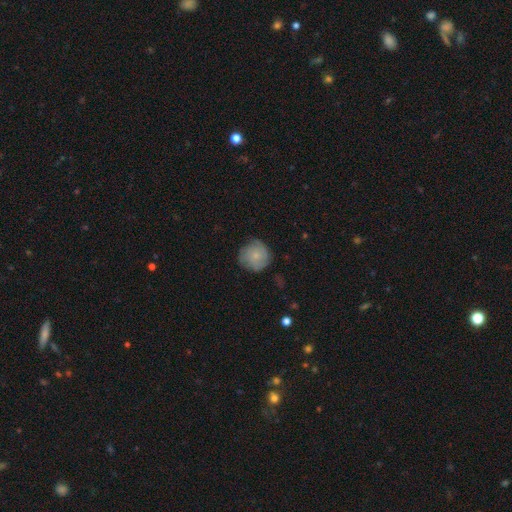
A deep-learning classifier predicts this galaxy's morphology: Overall: smooth (70%). How rounded: round (92%). Merging: none (73%).